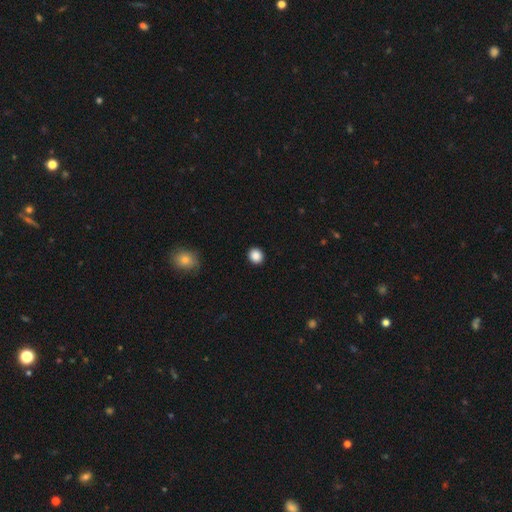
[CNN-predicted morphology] Smooth or featured?
  - smooth: 88% *
  - star or artifact: 9%
  - featured or disk: 3%
How rounded?
  - round: 79% *
  - in between: 20%
  - cigar-shaped: 1%
Merging?
  - none: 92% *
  - minor disturbance: 5%
  - major disturbance: 2%
  - merger: 1%